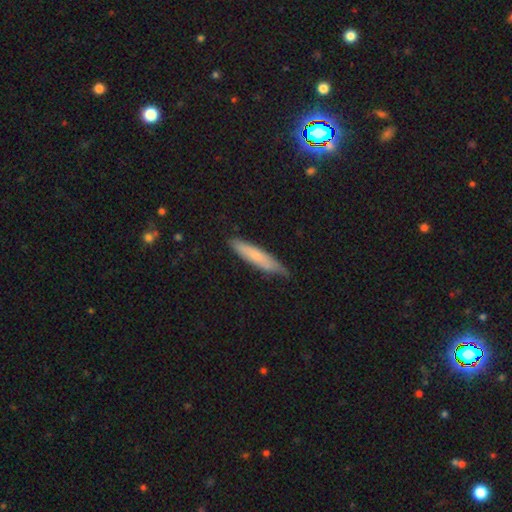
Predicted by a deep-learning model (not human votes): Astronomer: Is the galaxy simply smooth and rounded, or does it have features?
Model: smooth — 68%.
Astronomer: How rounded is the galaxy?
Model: cigar-shaped — 86%.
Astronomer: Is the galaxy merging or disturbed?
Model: none — 72%.